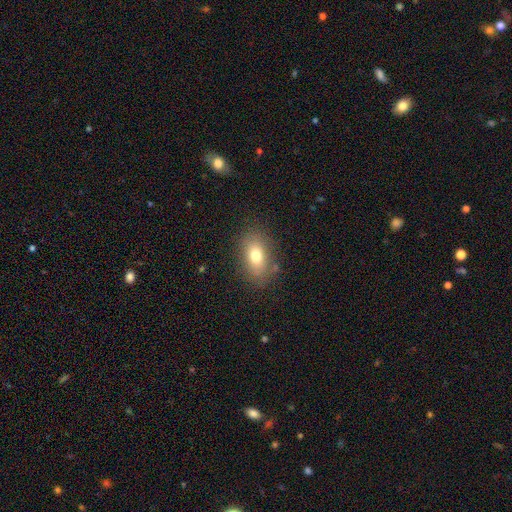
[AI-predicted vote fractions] Smooth or featured? smooth (76%)
How rounded? in between (86%)
Merging? none (80%)